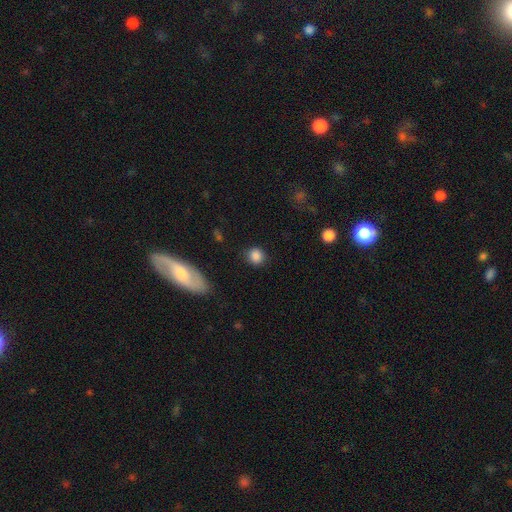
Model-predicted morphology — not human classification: Overall: smooth (86%). How rounded: round (84%). Merging: none (84%).